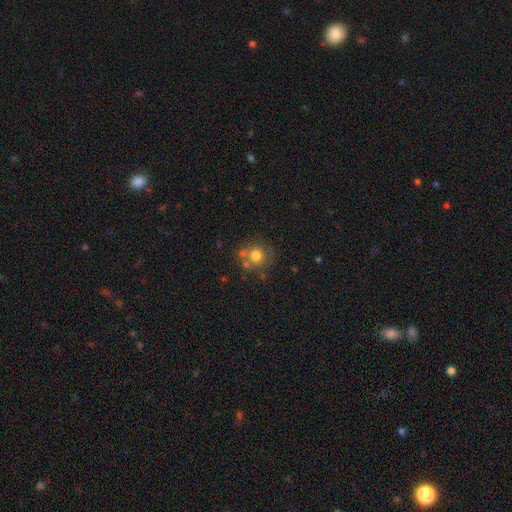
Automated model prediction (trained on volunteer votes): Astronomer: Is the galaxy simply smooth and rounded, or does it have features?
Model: smooth — 72%.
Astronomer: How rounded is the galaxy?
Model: round — 89%.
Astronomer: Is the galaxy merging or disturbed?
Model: none — 62%.